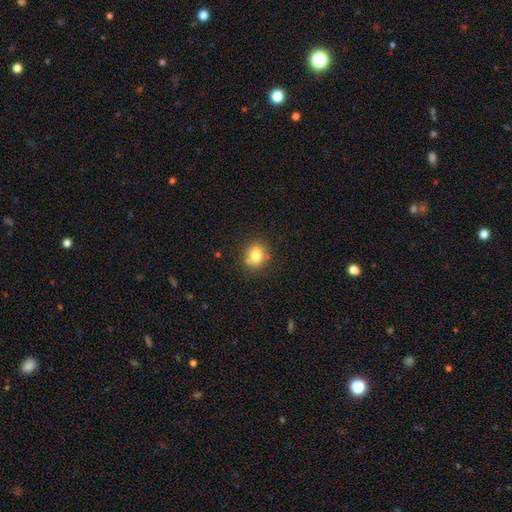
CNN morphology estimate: Smooth or featured: smooth — 80% (star or artifact — 11%)
How rounded: round — 75% (in between — 24%)
Merging: none — 79% (minor disturbance — 13%)